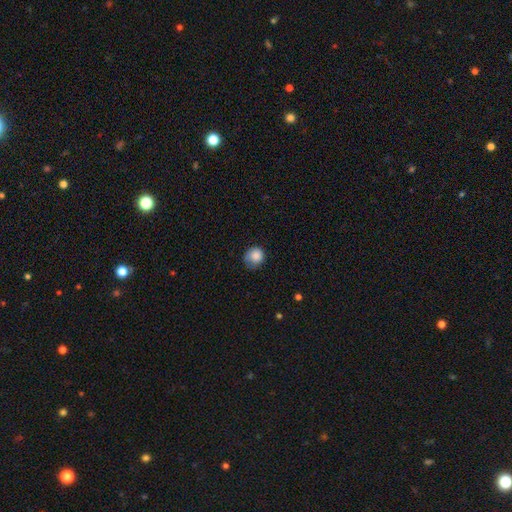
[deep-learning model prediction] Smooth or featured?
  - smooth: 86% *
  - star or artifact: 9%
  - featured or disk: 6%
How rounded?
  - round: 84% *
  - in between: 15%
  - cigar-shaped: 1%
Merging?
  - none: 62% *
  - minor disturbance: 29%
  - major disturbance: 8%
  - merger: 1%